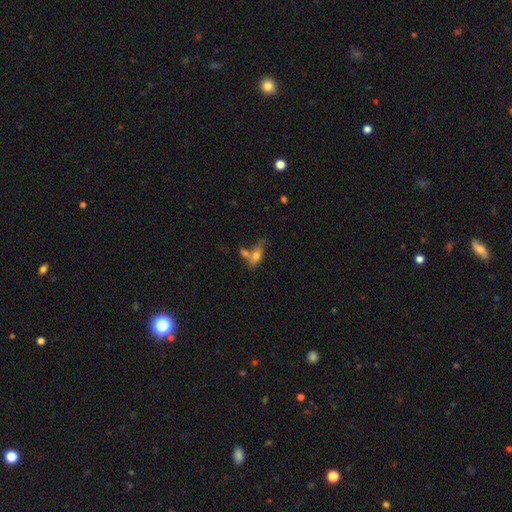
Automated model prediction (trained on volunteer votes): Q: Smooth or featured?
A: smooth (59%); runner-up: featured or disk (30%)
Q: How rounded?
A: in between (72%); runner-up: cigar-shaped (19%)
Q: Merging?
A: merger (43%); runner-up: none (31%)